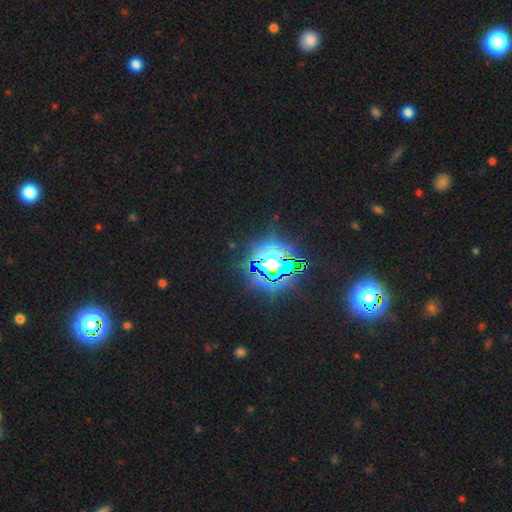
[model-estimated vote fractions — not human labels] Smooth or featured?
  - star or artifact: 84% *
  - smooth: 9%
  - featured or disk: 7%